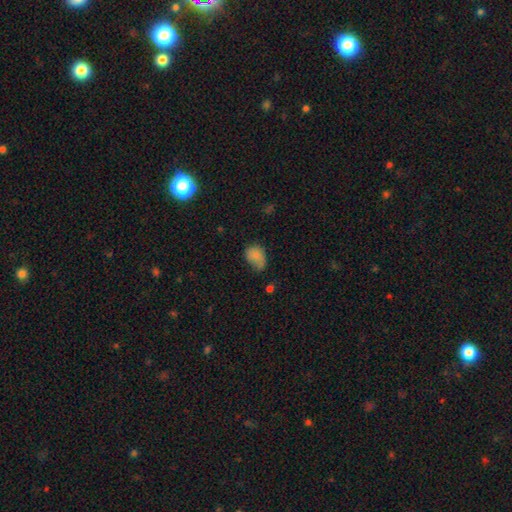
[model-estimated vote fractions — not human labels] Morphology: type=smooth (79%); roundness=in between (74%); merging=none (41%).